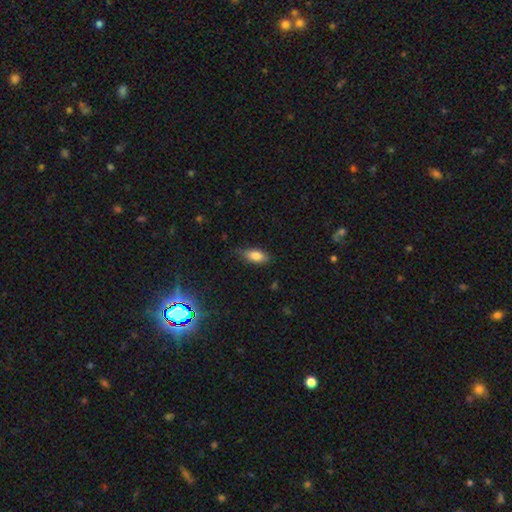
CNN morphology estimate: smooth_or_featured: smooth (p=0.81) [alt: featured or disk p=0.11]
how_rounded: in between (p=0.82) [alt: cigar-shaped p=0.15]
merging: none (p=0.76) [alt: minor disturbance p=0.19]